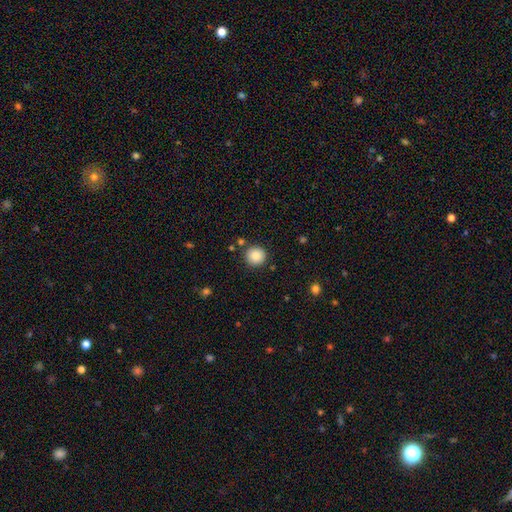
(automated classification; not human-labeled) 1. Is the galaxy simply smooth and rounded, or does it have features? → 86% smooth, 9% star or artifact, 5% featured or disk.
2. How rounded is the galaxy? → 94% round, 5% in between, 1% cigar-shaped.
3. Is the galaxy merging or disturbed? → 88% none, 7% minor disturbance, 3% merger, 2% major disturbance.